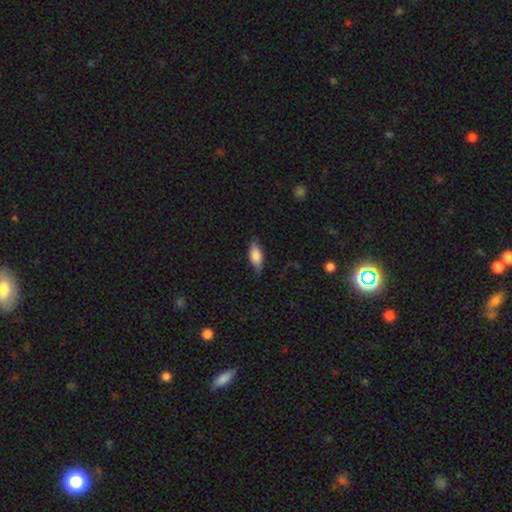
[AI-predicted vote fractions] smooth 72%, featured or disk 21%, star or artifact 7%. Down the decision tree: how rounded — in between (81%); merging — none (74%).